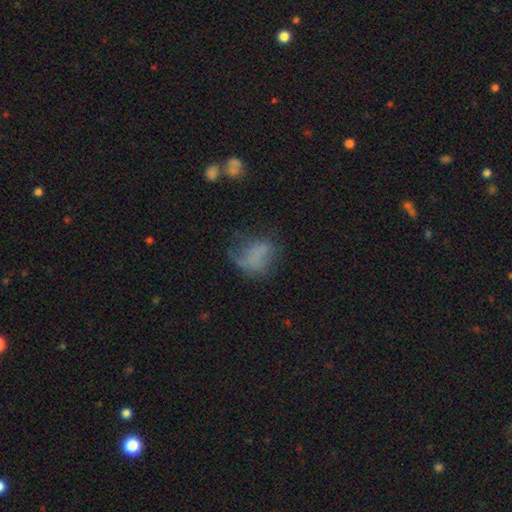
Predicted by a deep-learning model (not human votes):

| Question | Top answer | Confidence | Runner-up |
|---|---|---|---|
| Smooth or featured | smooth | 56% | featured or disk (28%) |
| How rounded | in between | 62% | round (36%) |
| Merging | major disturbance | 38% | none (33%) |